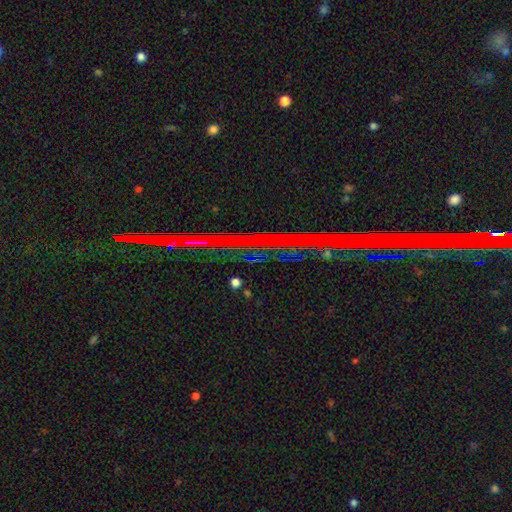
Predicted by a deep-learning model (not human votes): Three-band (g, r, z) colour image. It shows a star or artifact, not a galaxy (78%).